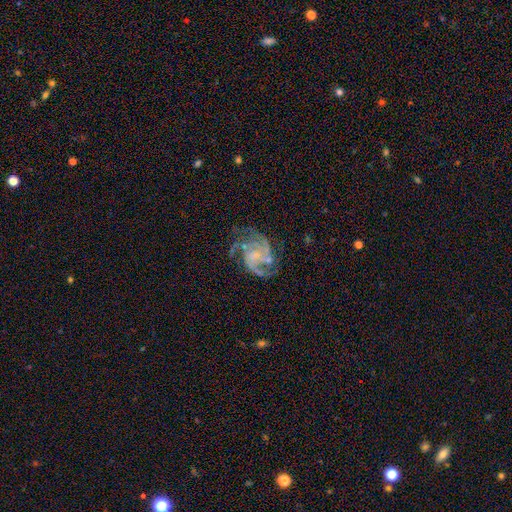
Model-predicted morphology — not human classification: A featured or disk galaxy (90%) with no bar (58%), 3 (33%) medium (52%) spiral arms (97%) and a small central bulge (56%). Merging: none (62%).